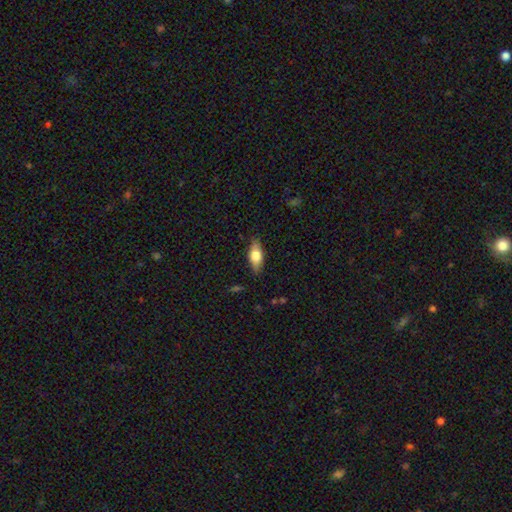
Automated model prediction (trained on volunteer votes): A smooth galaxy with no disk features (64%) that is in between round and cigar-shaped (79%). Merging: none (83%).